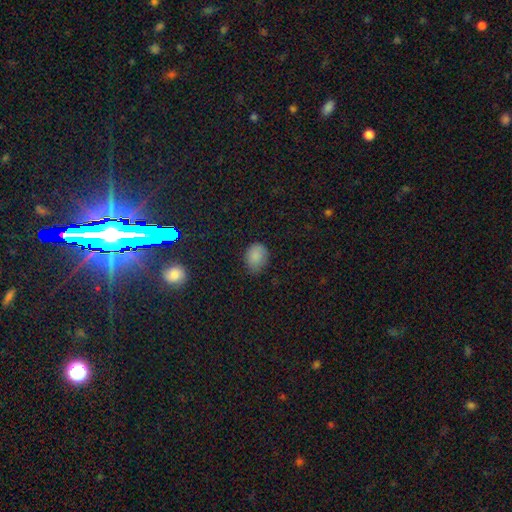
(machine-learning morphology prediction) Smooth or featured? Predicted: smooth (p=0.84). How rounded? Predicted: in between (p=0.50). Merging? Predicted: none (p=0.67).